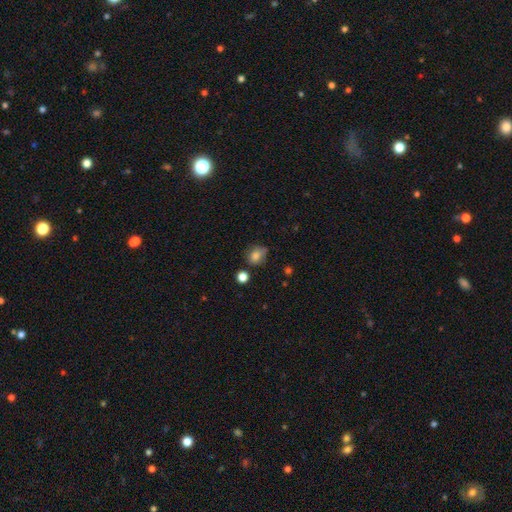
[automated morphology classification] Smooth or featured?
  - smooth: 79% *
  - star or artifact: 11%
  - featured or disk: 10%
How rounded?
  - round: 62% *
  - in between: 36%
  - cigar-shaped: 1%
Merging?
  - none: 64% *
  - minor disturbance: 25%
  - major disturbance: 6%
  - merger: 5%